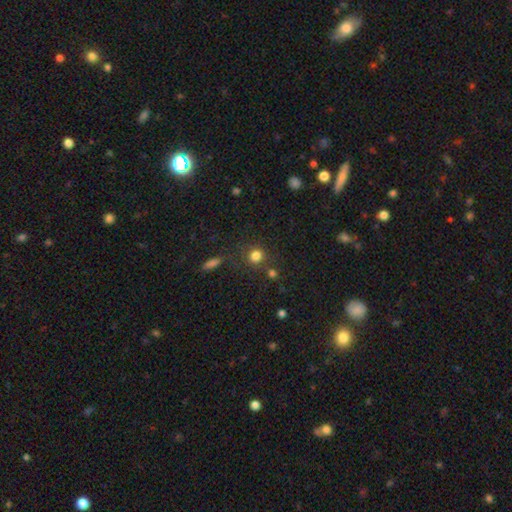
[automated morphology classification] A smooth galaxy with no disk features (80%) that is round (85%).

Vote fractions:
- Smooth or featured? smooth: 80% / star or artifact: 15% / featured or disk: 6%
- How rounded? round: 85% / in between: 13% / cigar-shaped: 1%
- Merging? none: 75% / minor disturbance: 10% / merger: 10% / major disturbance: 5%